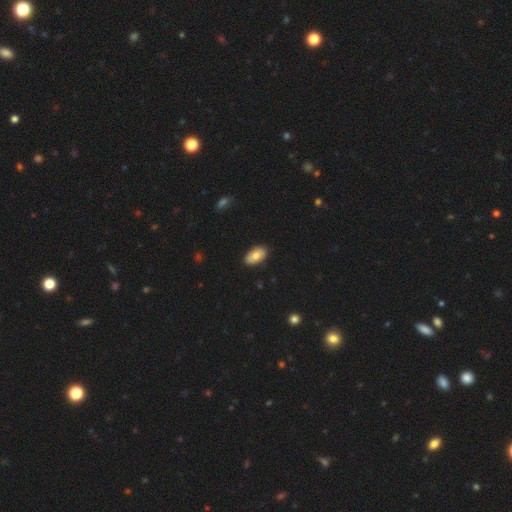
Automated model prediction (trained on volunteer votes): Smooth or featured: smooth — 77% (featured or disk — 16%)
How rounded: in between — 94% (round — 4%)
Merging: none — 86% (minor disturbance — 11%)